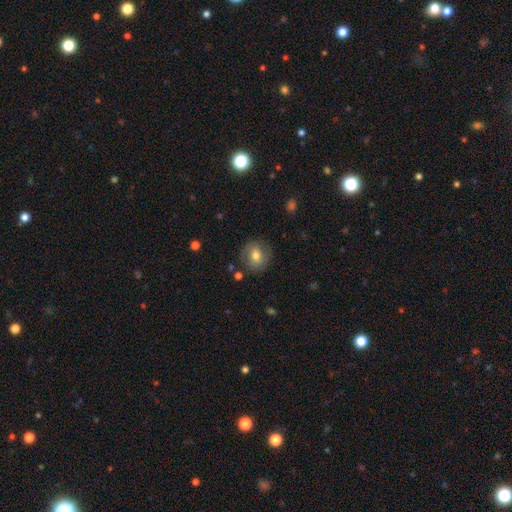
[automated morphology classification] type=smooth (69%); roundness=round (81%); merging=none (82%).